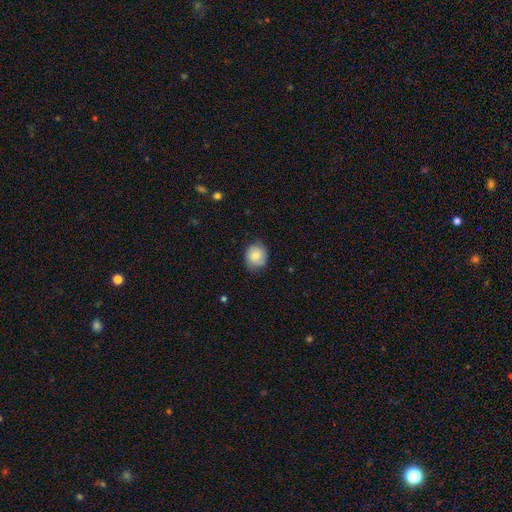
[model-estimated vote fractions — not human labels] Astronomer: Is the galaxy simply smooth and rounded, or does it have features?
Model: smooth — 72%.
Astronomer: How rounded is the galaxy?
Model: round — 71%.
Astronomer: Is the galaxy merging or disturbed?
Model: none — 76%.